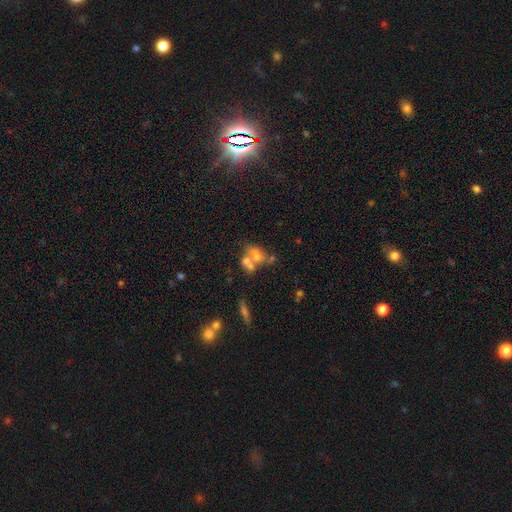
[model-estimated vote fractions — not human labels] A smooth galaxy with no disk features (47%).

Vote fractions:
- Smooth or featured? smooth: 47% / featured or disk: 34% / star or artifact: 20%
- Merging? merger: 54% / none: 27% / minor disturbance: 10% / major disturbance: 9%